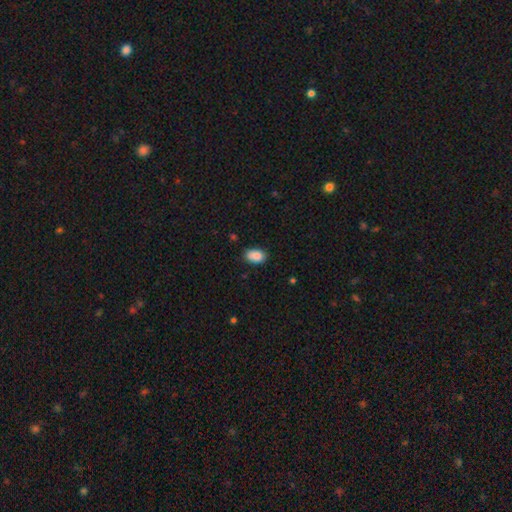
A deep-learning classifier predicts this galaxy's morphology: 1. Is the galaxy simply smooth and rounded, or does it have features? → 89% smooth, 7% star or artifact, 3% featured or disk.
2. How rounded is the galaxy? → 90% in between, 8% round, 1% cigar-shaped.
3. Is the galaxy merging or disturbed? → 82% none, 14% minor disturbance, 2% major disturbance, 1% merger.